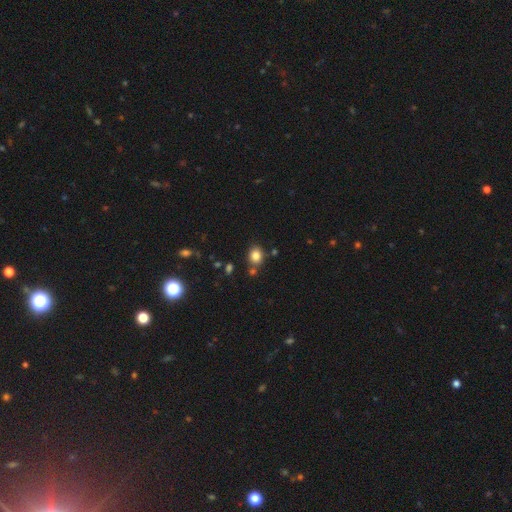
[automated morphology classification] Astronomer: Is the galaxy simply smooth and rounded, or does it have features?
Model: smooth — 83%.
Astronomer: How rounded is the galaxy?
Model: round — 59% (runner-up: in between, 40%).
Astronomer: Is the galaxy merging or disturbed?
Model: none — 76%.